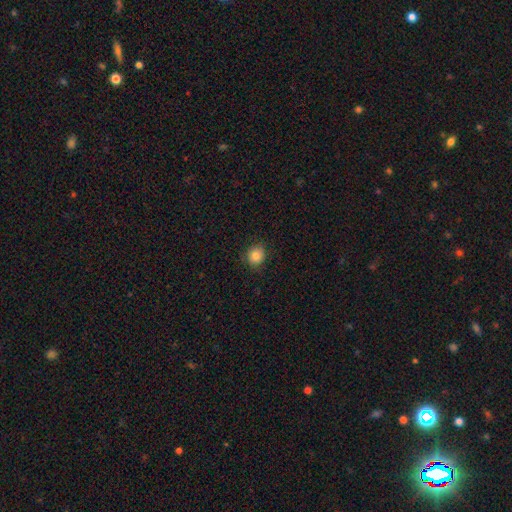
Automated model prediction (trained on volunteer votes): This appears to be a smooth galaxy with no disk features (83%) that is round (80%). Merging: none (84%).